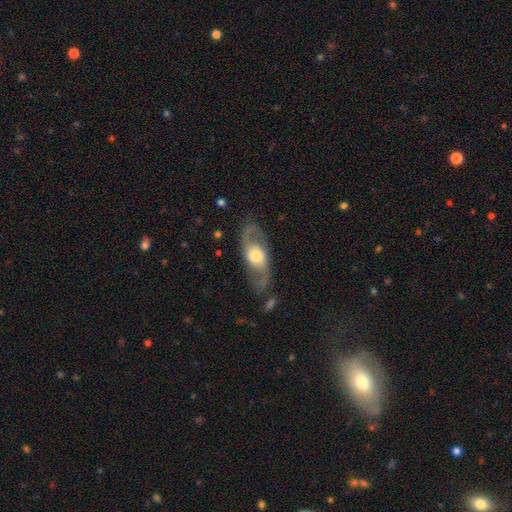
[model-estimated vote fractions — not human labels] featured or disk 74%, smooth 21%, star or artifact 5%. Down the decision tree: edge-on disk — no (85%); bar — no (65%); spiral arms — yes (79%); bulge size — large (46%); merging — none (75%).